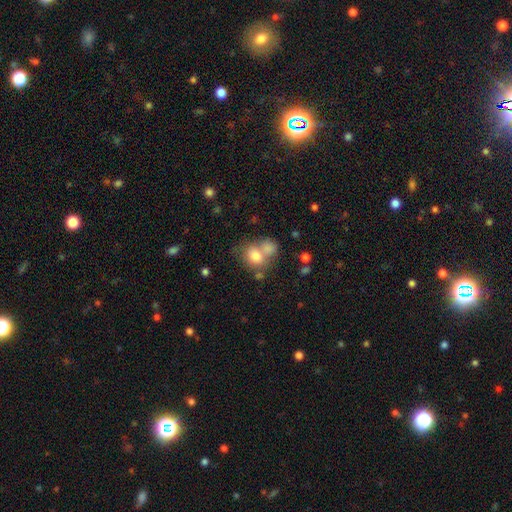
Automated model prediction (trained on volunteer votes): smooth-or-featured: smooth: 77% | featured or disk: 14% | star or artifact: 10%
  how-rounded: round: 54% | in between: 45% | cigar-shaped: 1%
  merging: merger: 45% | none: 36% | minor disturbance: 12% | major disturbance: 6%